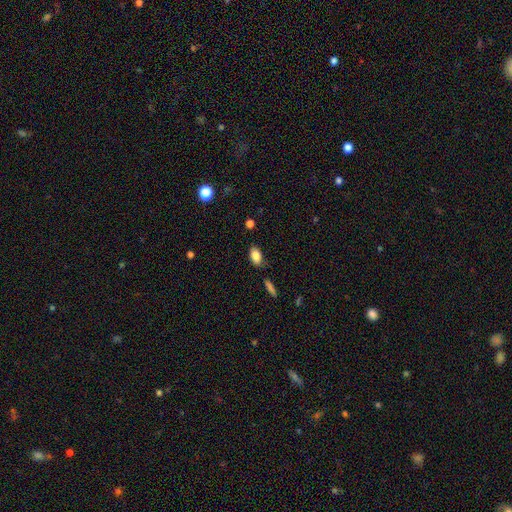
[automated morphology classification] The model was most divided on "merging": none: 79%, minor disturbance: 15%, major disturbance: 3%, merger: 3%. More confident: how rounded — in between (90%); smooth or featured — smooth (85%).